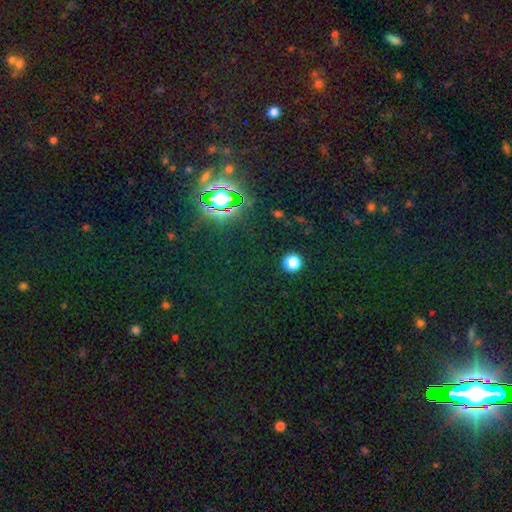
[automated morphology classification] type=star or artifact (79%).